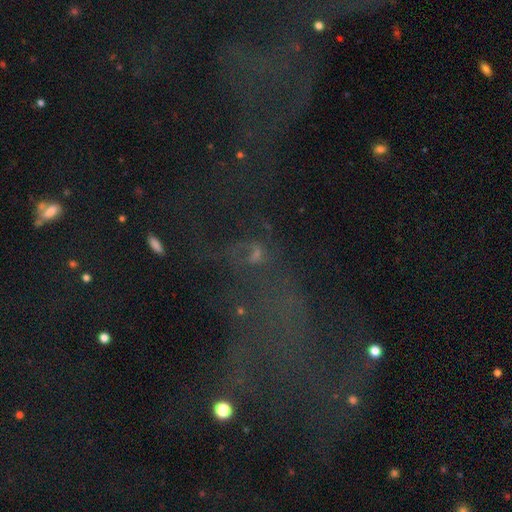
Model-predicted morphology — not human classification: star or artifact 43%, featured or disk 32%, smooth 24%.